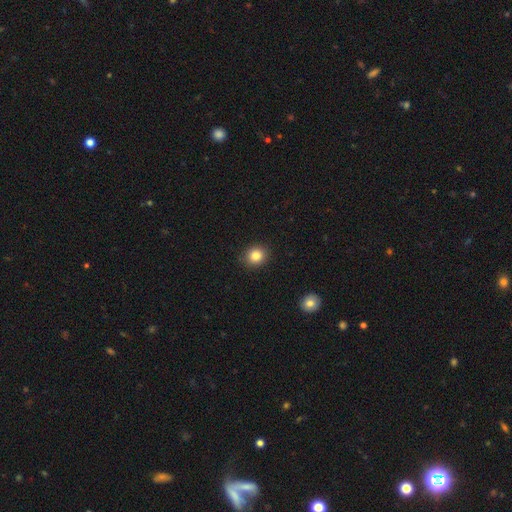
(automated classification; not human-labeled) Smooth or featured?
  - smooth: 84% *
  - star or artifact: 11%
  - featured or disk: 6%
How rounded?
  - round: 79% *
  - in between: 20%
  - cigar-shaped: 1%
Merging?
  - none: 90% *
  - minor disturbance: 7%
  - major disturbance: 2%
  - merger: 1%